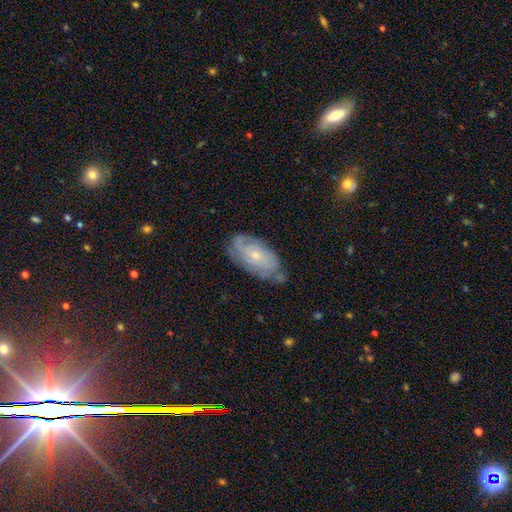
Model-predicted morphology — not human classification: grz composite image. It shows a featured or disk galaxy (62%) with no bar (76%), spiral arms (79%) and a small central bulge (65%). Merging: none (67%).